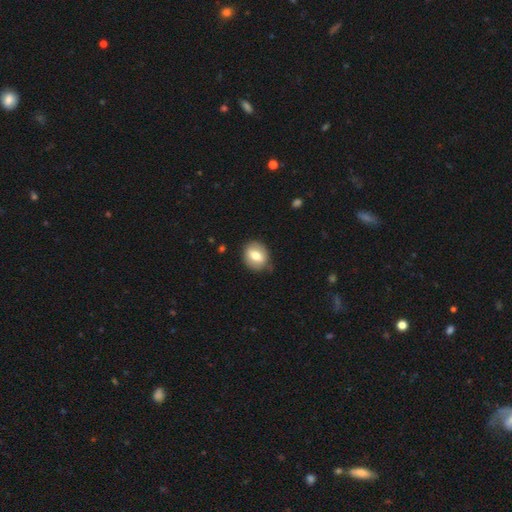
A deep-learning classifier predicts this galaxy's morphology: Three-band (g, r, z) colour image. It shows a smooth galaxy with no disk features (70%) that is round (56%). Merging: none (77%).